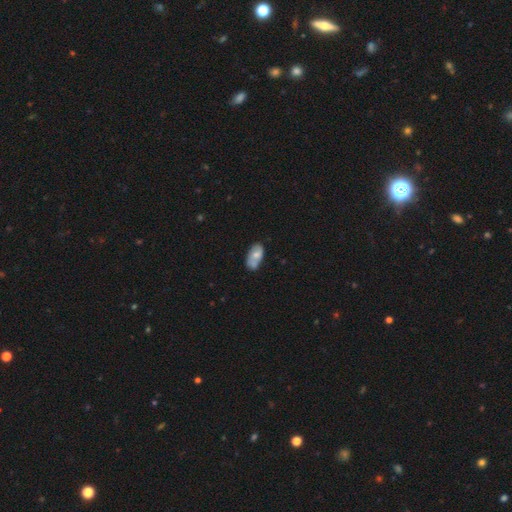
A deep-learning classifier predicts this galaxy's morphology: Smooth or featured? Predicted: smooth (p=0.60). How rounded? Predicted: in between (p=0.93). Merging? Predicted: none (p=0.54).